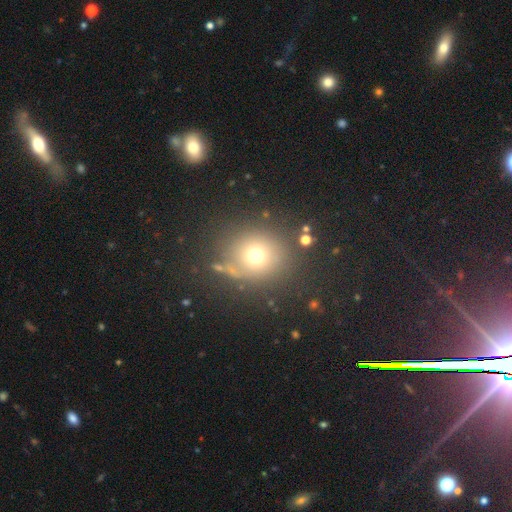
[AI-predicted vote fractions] Morphology: type=smooth (68%); roundness=round (84%); merging=none (78%).